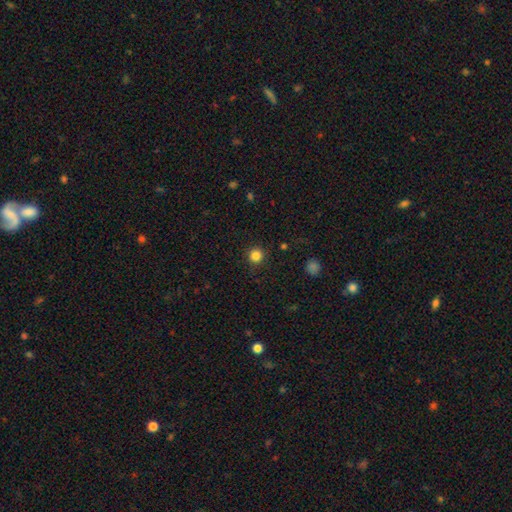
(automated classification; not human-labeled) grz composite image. It shows a smooth galaxy with no disk features (83%) that is round (95%). Merging: none (90%).